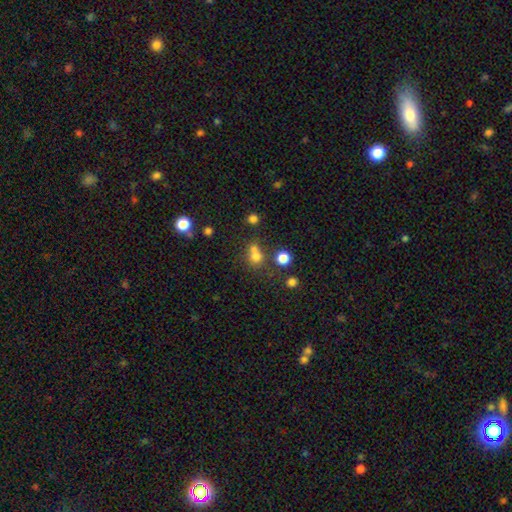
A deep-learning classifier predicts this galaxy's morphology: type=smooth (70%); roundness=round (82%); merging=none (45%).